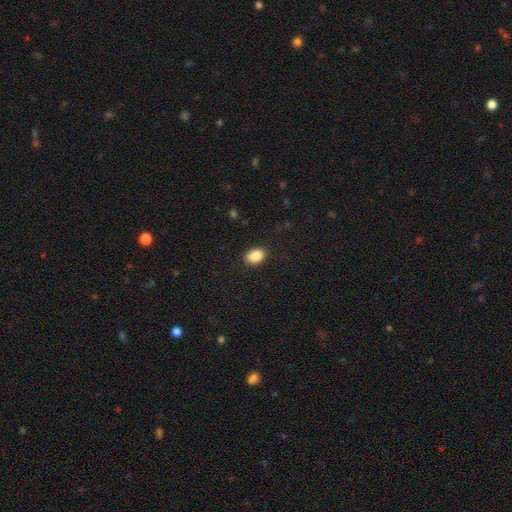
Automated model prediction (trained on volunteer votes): Smooth or featured: smooth — 87% (star or artifact — 8%)
How rounded: in between — 84% (round — 15%)
Merging: none — 88% (minor disturbance — 8%)